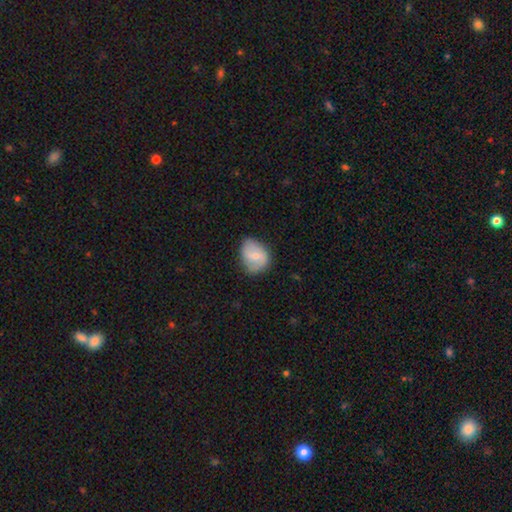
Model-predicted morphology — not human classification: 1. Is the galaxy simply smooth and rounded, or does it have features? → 53% smooth, 41% featured or disk, 7% star or artifact.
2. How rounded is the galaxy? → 51% in between, 48% round, 1% cigar-shaped.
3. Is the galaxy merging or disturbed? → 65% none, 26% minor disturbance, 7% major disturbance, 1% merger.